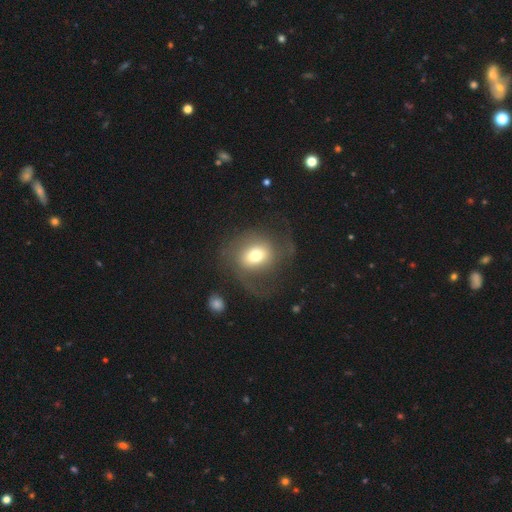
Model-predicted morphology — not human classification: smooth_or_featured: smooth (p=0.51) [alt: featured or disk p=0.40]
how_rounded: round (p=0.63) [alt: in between p=0.36]
merging: none (p=0.45) [alt: major disturbance p=0.34]